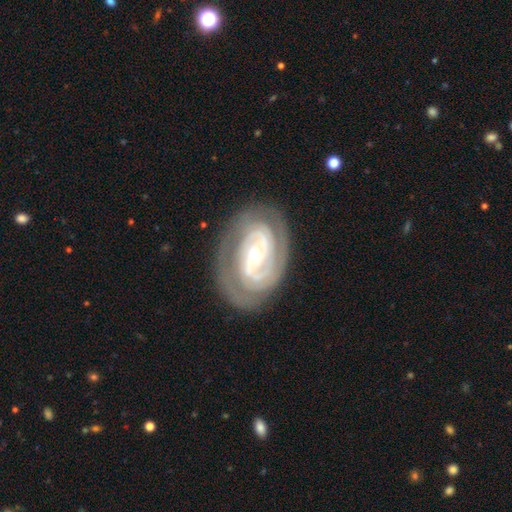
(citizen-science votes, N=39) This is clearly a featured or disk galaxy (85%). It is clearly not viewed edge-on (100%). Bar: marginally weak (39%). Spiral arm pattern: clearly yes (94%). Spiral arm count: likely 2 (71%). Spiral winding: likely tight (71%). Central bulge: possibly moderate (58%). Merging: likely none (76%).